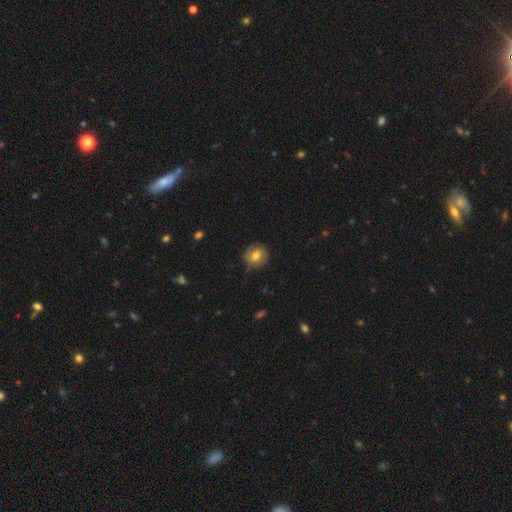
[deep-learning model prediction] Smooth or featured? Predicted: smooth (p=0.76). How rounded? Predicted: round (p=0.83). Merging? Predicted: none (p=0.79).